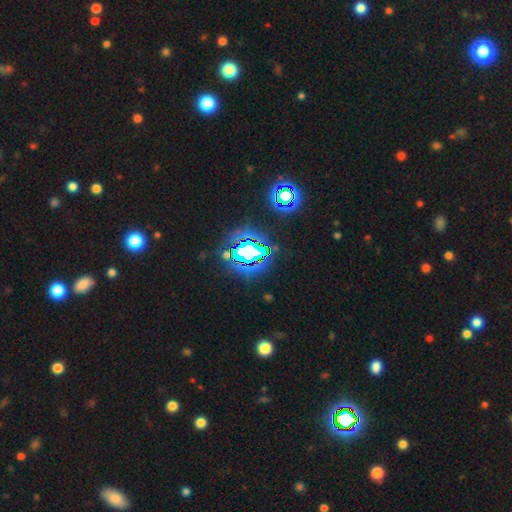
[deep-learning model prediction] smooth-or-featured: star or artifact: 77% | smooth: 13% | featured or disk: 10%